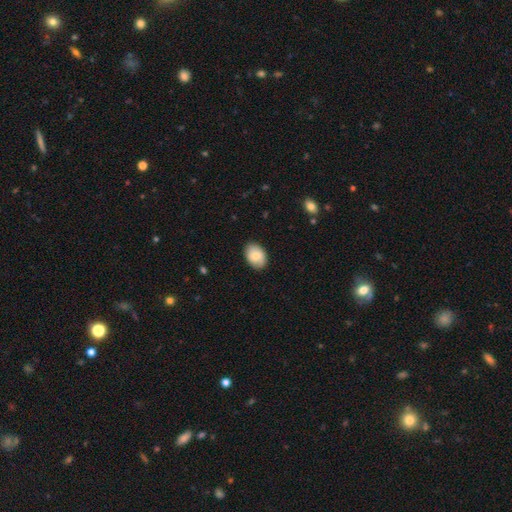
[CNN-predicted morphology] Overall: smooth (75%). How rounded: in between (81%). Merging: none (85%).